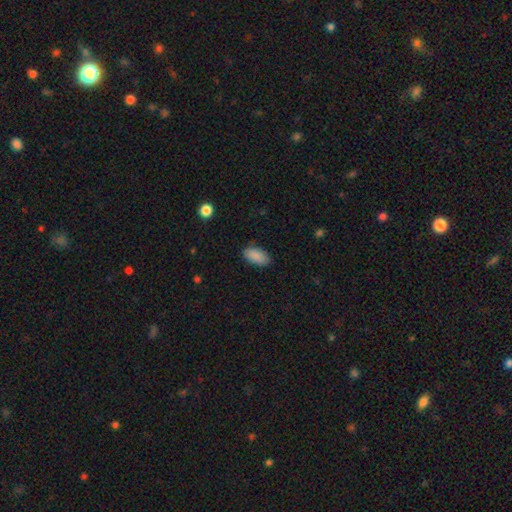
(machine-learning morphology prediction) A smooth galaxy with no disk features (89%) that is in between round and cigar-shaped (93%). Merging: none (84%).